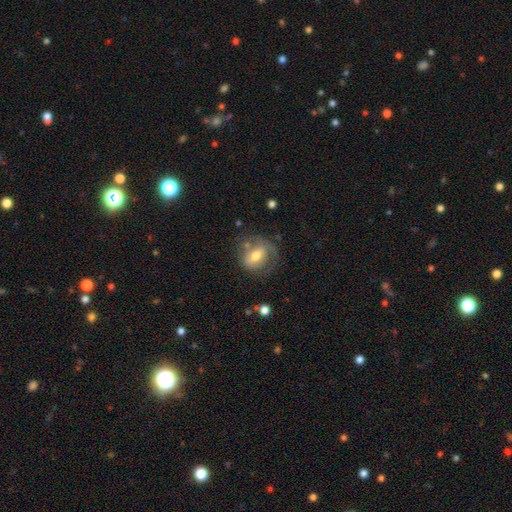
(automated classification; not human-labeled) smooth-or-featured: featured or disk: 54% | smooth: 39% | star or artifact: 7%
  disk-edge-on: no: 95% | yes: 5%
    bar: weak: 43% | no: 35% | strong: 22%
    has-spiral-arms: yes: 62% | no: 38%
    bulge-size: moderate: 71% | small: 14% | large: 12% | none: 1% | dominant: 1%
  merging: none: 52% | minor disturbance: 24% | major disturbance: 20% | merger: 4%